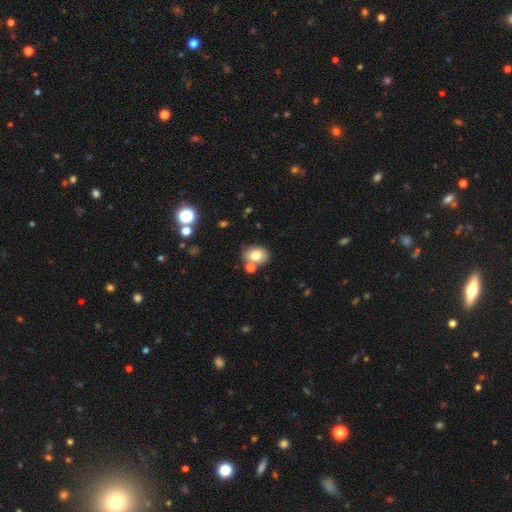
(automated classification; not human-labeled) A smooth galaxy with no disk features (78%) that is in between round and cigar-shaped (57%). Merging: none (66%).